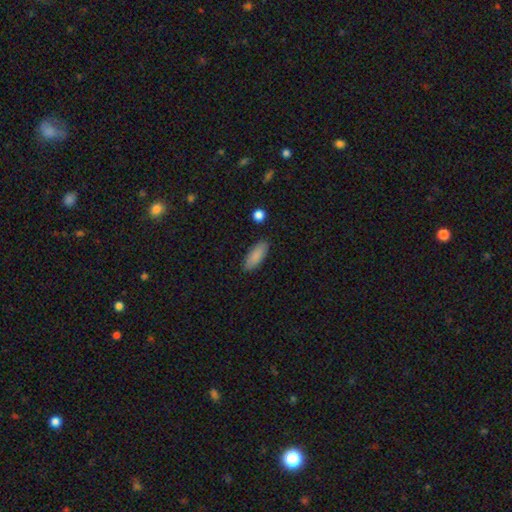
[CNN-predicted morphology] Smooth or featured: smooth — 87% (star or artifact — 7%)
How rounded: in between — 70% (cigar-shaped — 28%)
Merging: none — 87% (minor disturbance — 9%)